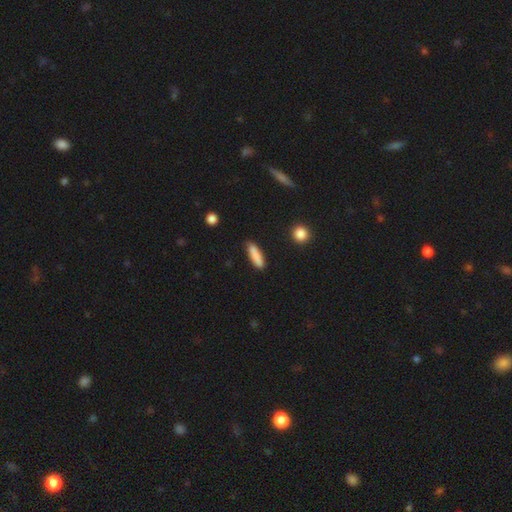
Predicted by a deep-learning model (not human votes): smooth-or-featured: smooth: 86% | featured or disk: 7% | star or artifact: 6%
  how-rounded: cigar-shaped: 76% | in between: 22% | round: 2%
  merging: none: 88% | minor disturbance: 8% | major disturbance: 2% | merger: 1%